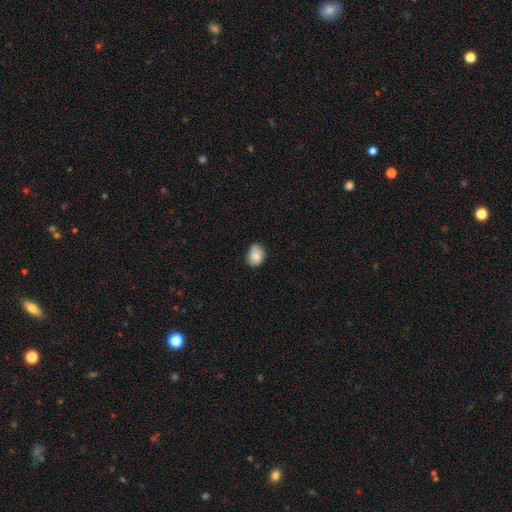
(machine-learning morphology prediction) Smooth or featured? Predicted: smooth (p=0.81). How rounded? Predicted: in between (p=0.55). Merging? Predicted: none (p=0.63).